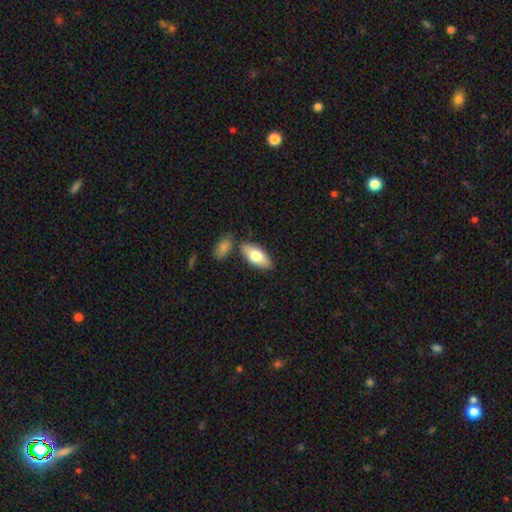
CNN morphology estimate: This is likely a smooth galaxy (74%). How rounded: clearly in between (87%). Merging: likely none (76%).